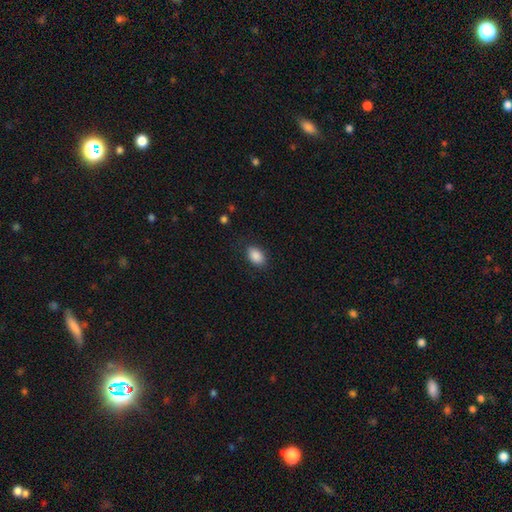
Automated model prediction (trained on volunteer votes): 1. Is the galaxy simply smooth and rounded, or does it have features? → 88% smooth, 8% star or artifact, 4% featured or disk.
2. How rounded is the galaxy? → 86% in between, 12% round, 1% cigar-shaped.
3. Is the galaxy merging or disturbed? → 85% none, 11% minor disturbance, 3% major disturbance, 1% merger.